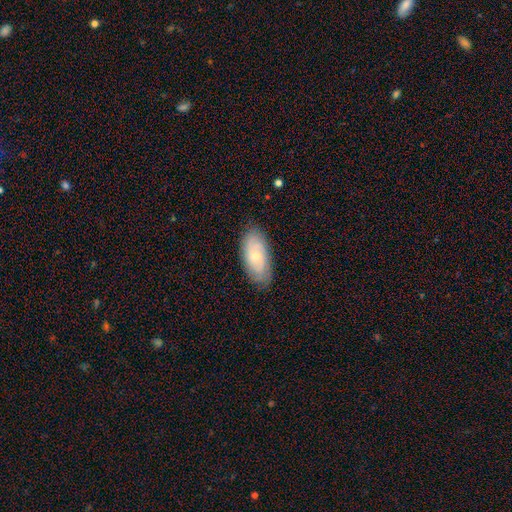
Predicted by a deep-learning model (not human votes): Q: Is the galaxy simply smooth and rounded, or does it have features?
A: featured or disk — 51%.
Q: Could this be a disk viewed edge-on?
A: no — 90%.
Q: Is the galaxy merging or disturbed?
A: none — 81%.